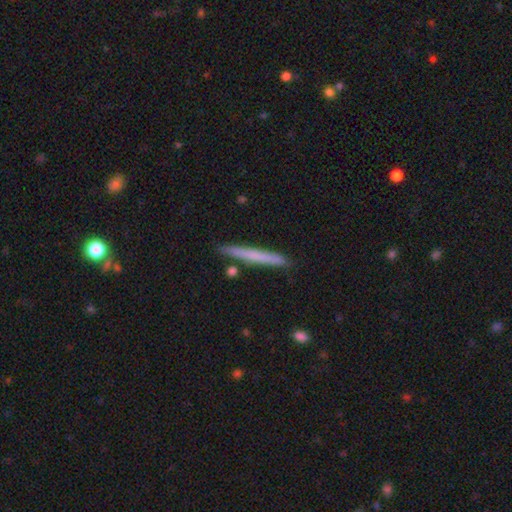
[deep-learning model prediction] Smooth or featured: smooth — 63% (featured or disk — 32%)
How rounded: cigar-shaped — 97% (in between — 2%)
Merging: none — 88% (minor disturbance — 8%)